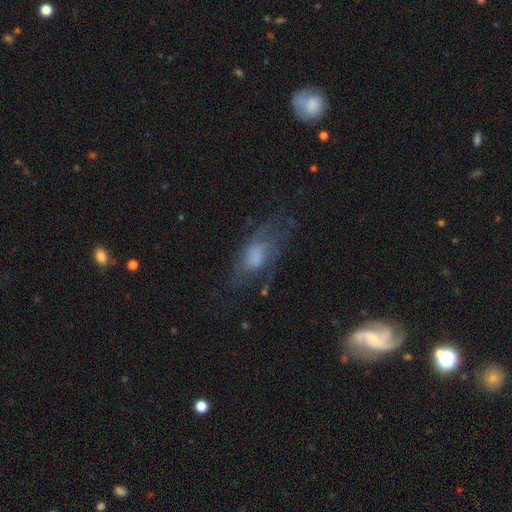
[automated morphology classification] Smooth or featured? featured or disk (51%)
Edge-on disk? no (89%)
Merging? none (50%)